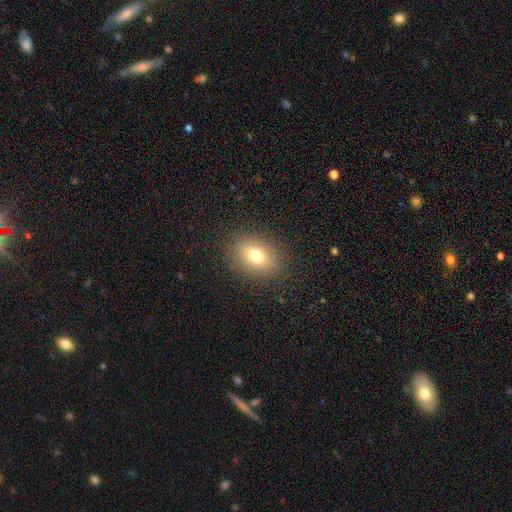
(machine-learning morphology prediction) smooth_or_featured: smooth (p=0.75) [alt: featured or disk p=0.13]
how_rounded: in between (p=0.68) [alt: round p=0.31]
merging: none (p=0.87) [alt: minor disturbance p=0.09]